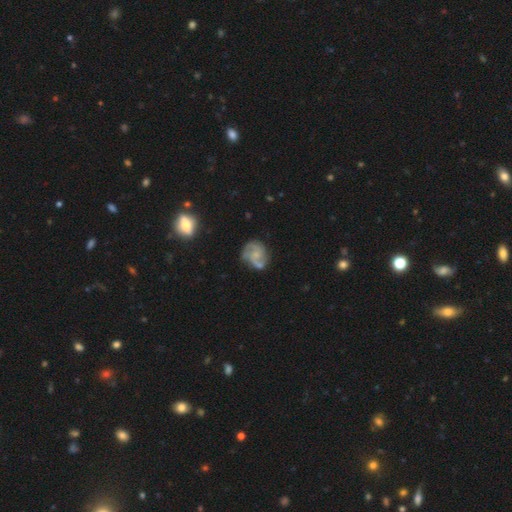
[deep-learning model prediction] featured or disk 75%, smooth 18%, star or artifact 7%. Down the decision tree: edge-on disk — no (98%); bar — no (67%); spiral arms — yes (92%); spiral arm count — 2 (56%); spiral winding — medium (47%); bulge size — small (44%); merging — none (61%).